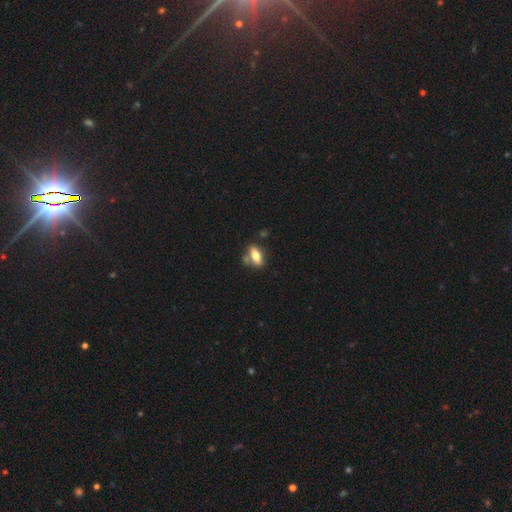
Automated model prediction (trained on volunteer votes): Smooth or featured? smooth (66%)
How rounded? in between (77%)
Merging? none (66%)